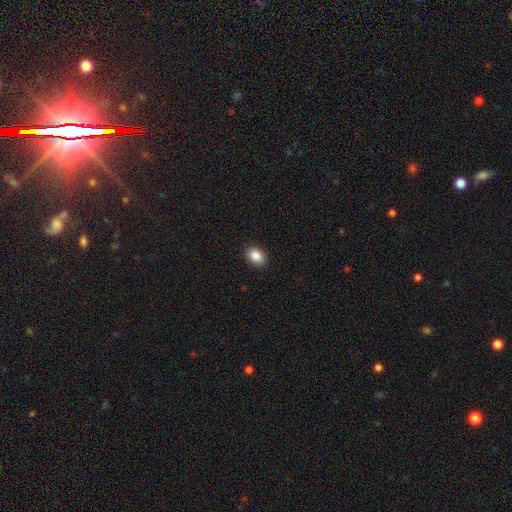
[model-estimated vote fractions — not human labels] The model was most divided on "how rounded": in between: 68%, round: 31%, cigar-shaped: 1%. More confident: merging — none (91%); smooth or featured — smooth (87%).